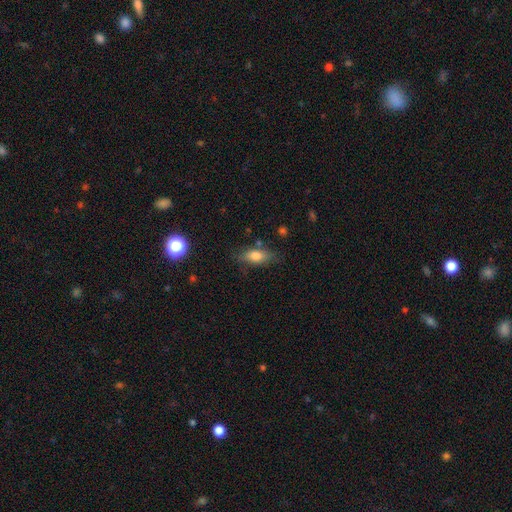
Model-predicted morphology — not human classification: A smooth galaxy with no disk features (74%) that is in between round and cigar-shaped (77%). Merging: none (74%).